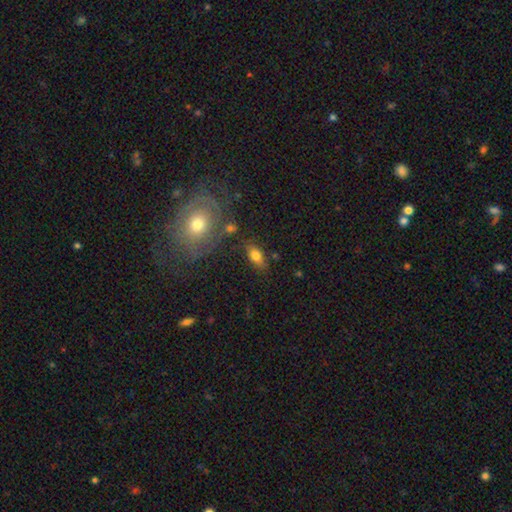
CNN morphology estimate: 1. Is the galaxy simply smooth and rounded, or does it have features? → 75% smooth, 16% featured or disk, 9% star or artifact.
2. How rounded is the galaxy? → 84% in between, 9% cigar-shaped, 7% round.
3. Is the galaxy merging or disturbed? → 74% none, 15% minor disturbance, 6% merger, 5% major disturbance.